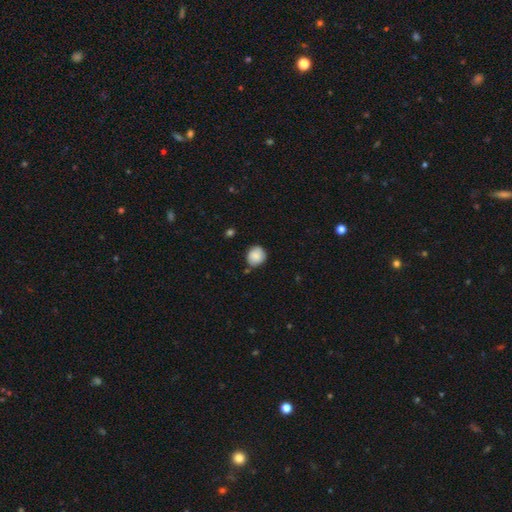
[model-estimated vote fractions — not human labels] Overall: smooth (86%). How rounded: round (83%). Merging: none (76%).